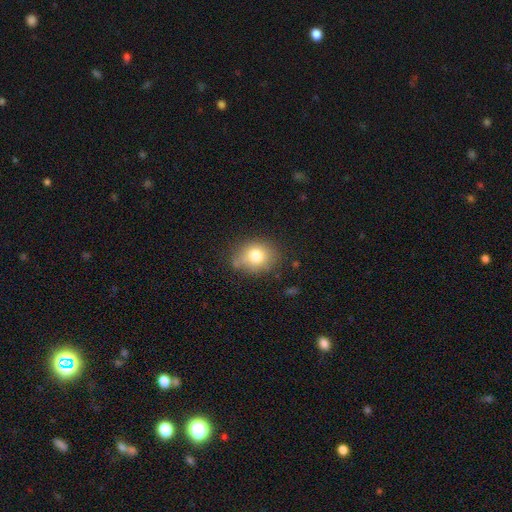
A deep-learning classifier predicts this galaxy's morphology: smooth-or-featured: smooth: 77% | featured or disk: 12% | star or artifact: 11%
  how-rounded: round: 56% | in between: 43% | cigar-shaped: 1%
  merging: none: 73% | minor disturbance: 18% | major disturbance: 5% | merger: 4%